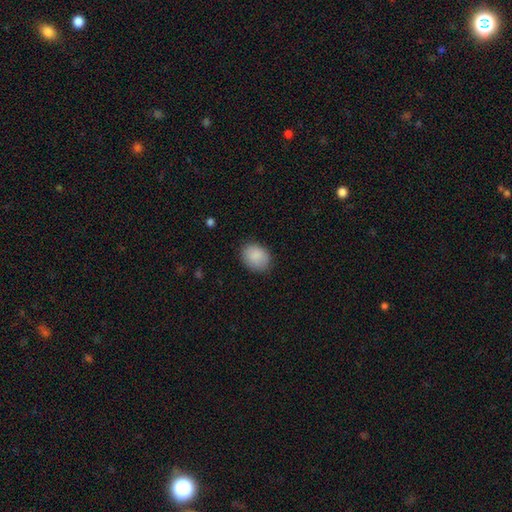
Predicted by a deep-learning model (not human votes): Q: Smooth or featured?
A: smooth (88%); runner-up: star or artifact (7%)
Q: How rounded?
A: in between (60%); runner-up: round (39%)
Q: Merging?
A: none (81%); runner-up: minor disturbance (15%)